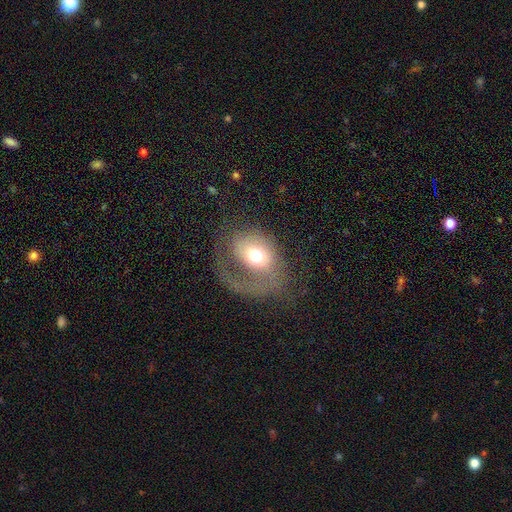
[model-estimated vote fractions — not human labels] A featured or disk galaxy (48%).

Vote fractions:
- Smooth or featured? featured or disk: 48% / smooth: 42% / star or artifact: 10%
- Merging? major disturbance: 49% / none: 31% / minor disturbance: 18% / merger: 2%